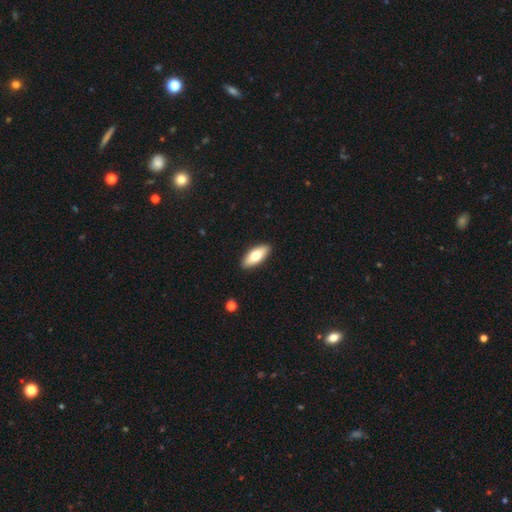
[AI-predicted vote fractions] The model was most divided on "smooth or featured": smooth: 70%, featured or disk: 25%, star or artifact: 6%. More confident: merging — none (91%); how rounded — in between (79%).